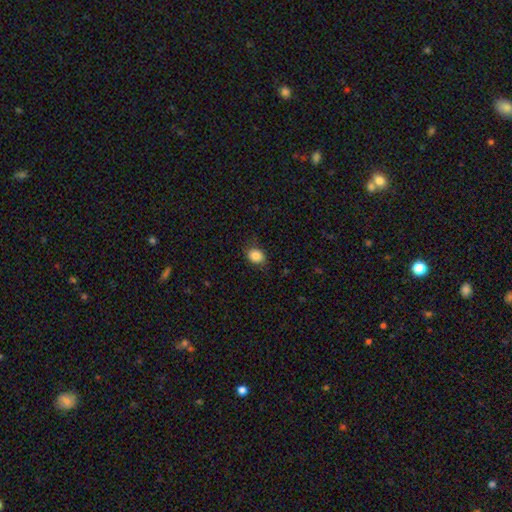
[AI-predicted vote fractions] Smooth or featured? smooth (86%)
How rounded? in between (52%)
Merging? none (78%)